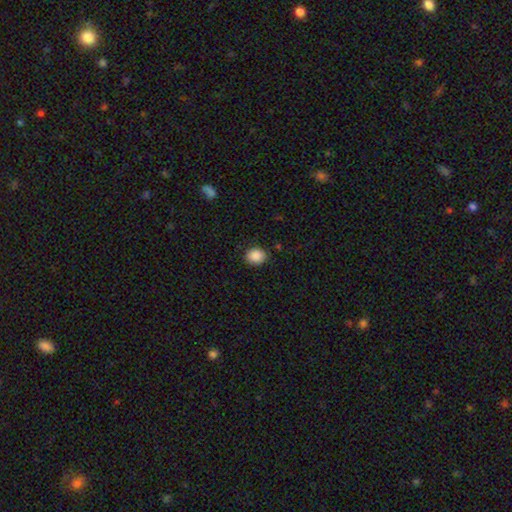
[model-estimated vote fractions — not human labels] A smooth galaxy with no disk features (89%) that is round (61%). Merging: none (86%).